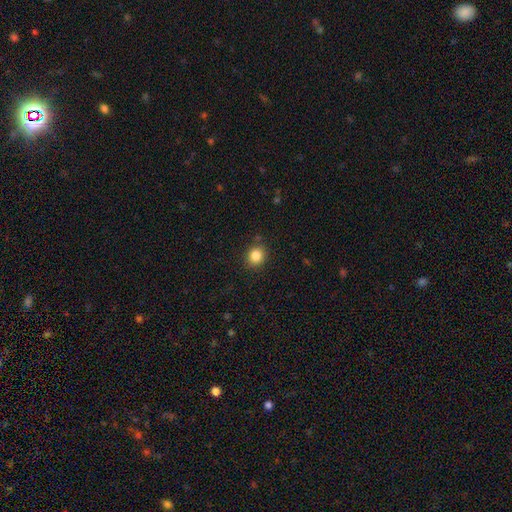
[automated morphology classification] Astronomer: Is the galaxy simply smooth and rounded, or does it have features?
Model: smooth — 84%.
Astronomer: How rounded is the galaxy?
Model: round — 83%.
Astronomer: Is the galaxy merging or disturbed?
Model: none — 88%.